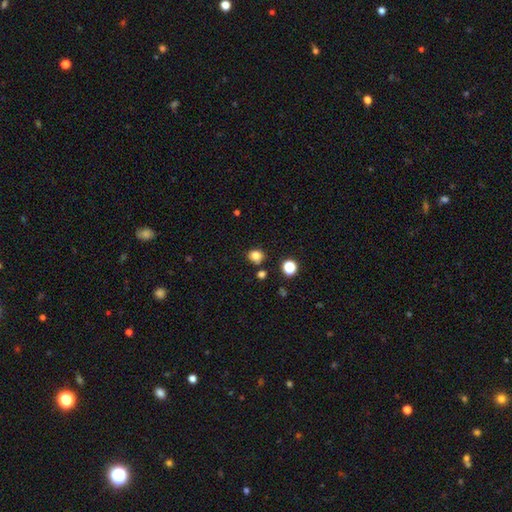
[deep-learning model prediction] smooth 81%, star or artifact 14%, featured or disk 5%. Down the decision tree: how rounded — round (79%); merging — none (82%).